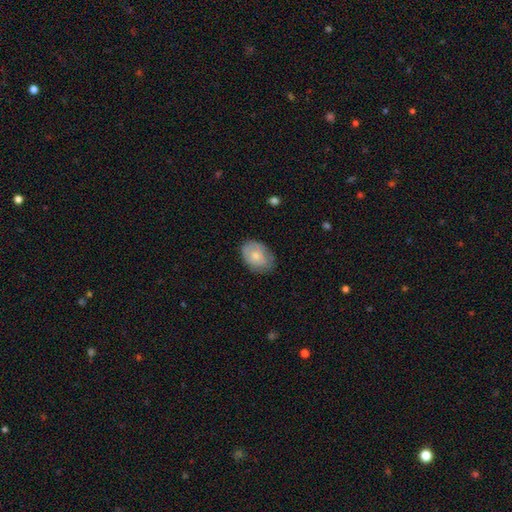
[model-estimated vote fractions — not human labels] Q: Smooth or featured?
A: smooth (66%); runner-up: featured or disk (27%)
Q: How rounded?
A: in between (77%); runner-up: round (22%)
Q: Merging?
A: none (70%); runner-up: minor disturbance (23%)